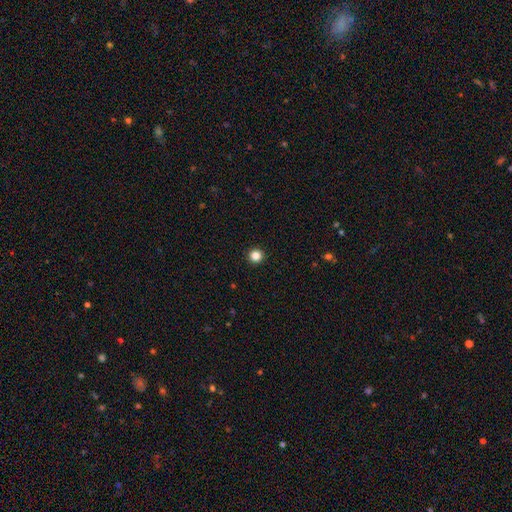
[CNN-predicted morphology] The model was most divided on "smooth or featured": smooth: 84%, star or artifact: 12%, featured or disk: 4%. More confident: how rounded — round (96%); merging — none (94%).